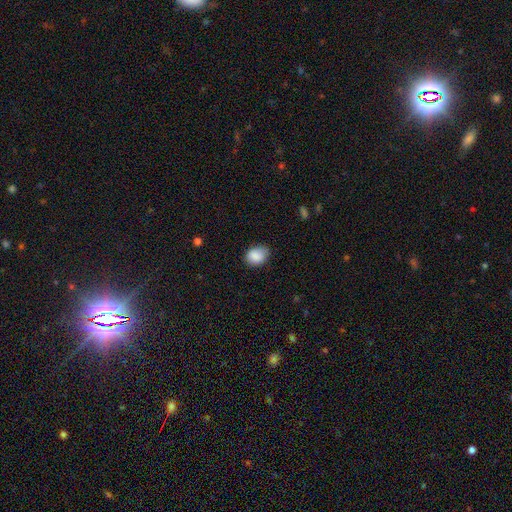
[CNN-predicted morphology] This appears to be a smooth galaxy with no disk features (89%) that is in between round and cigar-shaped (66%). Merging: none (74%).